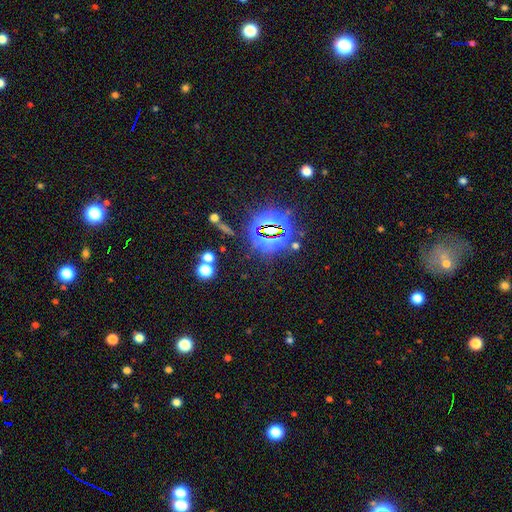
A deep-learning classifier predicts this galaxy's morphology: star or artifact 83%, smooth 9%, featured or disk 7%.